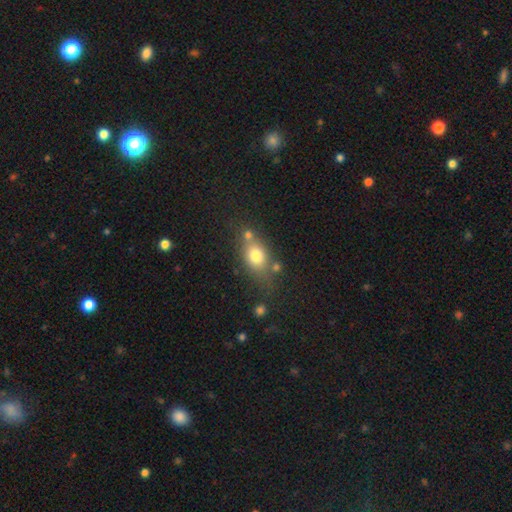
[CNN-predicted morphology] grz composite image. It shows a smooth galaxy with no disk features (74%) that is in between round and cigar-shaped (61%). Merging: none (56%).